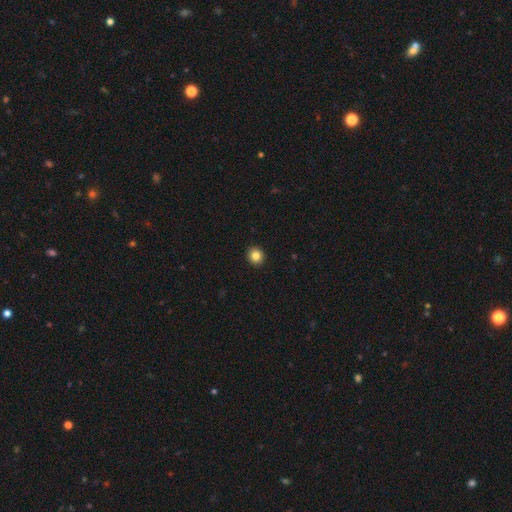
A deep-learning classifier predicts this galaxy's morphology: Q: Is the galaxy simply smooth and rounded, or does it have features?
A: smooth — 84%.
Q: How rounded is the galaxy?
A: round — 82%.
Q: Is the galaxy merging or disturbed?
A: none — 93%.